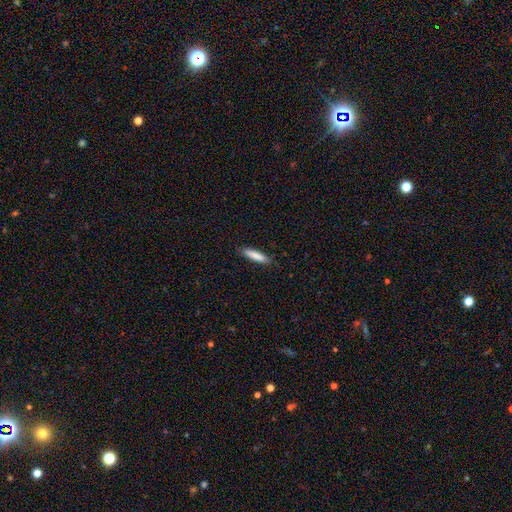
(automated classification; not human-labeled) smooth_or_featured: smooth (p=0.84) [alt: featured or disk p=0.10]
how_rounded: cigar-shaped (p=0.83) [alt: in between p=0.16]
merging: none (p=0.87) [alt: minor disturbance p=0.10]